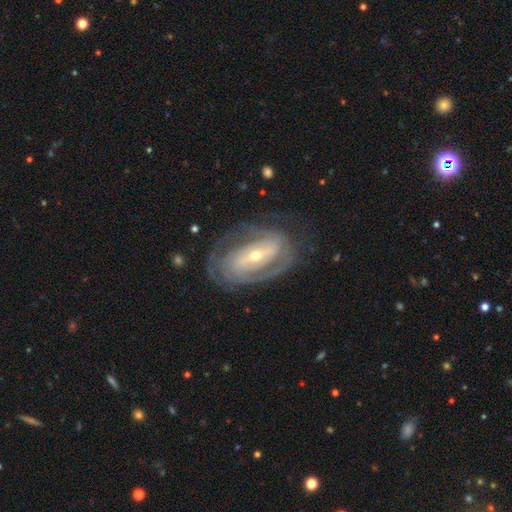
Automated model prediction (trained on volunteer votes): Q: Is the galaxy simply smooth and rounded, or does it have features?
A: featured or disk — 87%.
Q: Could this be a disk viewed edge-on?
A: no — 94%.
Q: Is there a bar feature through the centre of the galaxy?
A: strong — 45%.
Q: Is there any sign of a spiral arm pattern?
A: yes — 90%.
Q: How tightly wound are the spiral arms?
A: tight — 63%.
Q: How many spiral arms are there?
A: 2 — 53%.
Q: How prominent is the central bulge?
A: small — 50%.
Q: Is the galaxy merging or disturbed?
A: none — 70%.